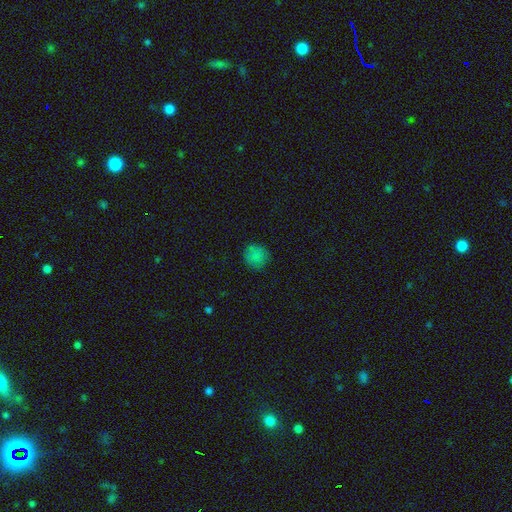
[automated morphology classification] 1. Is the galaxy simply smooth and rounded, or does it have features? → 80% smooth, 15% star or artifact, 5% featured or disk.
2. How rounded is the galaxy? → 86% round, 13% in between, 1% cigar-shaped.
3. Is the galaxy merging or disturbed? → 83% none, 12% minor disturbance, 3% major disturbance, 1% merger.